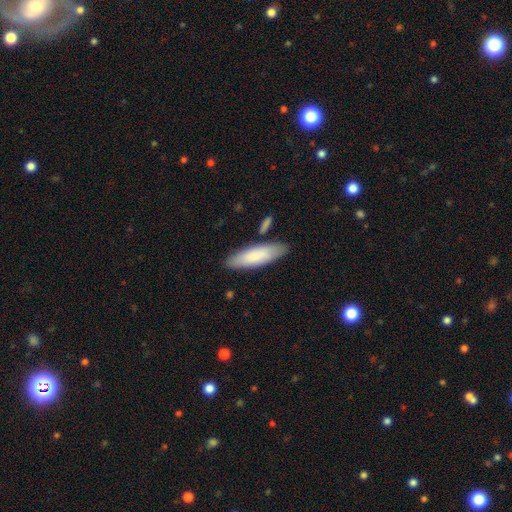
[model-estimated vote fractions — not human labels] Smooth or featured: smooth — 81% (featured or disk — 14%)
How rounded: cigar-shaped — 51% (in between — 47%)
Merging: none — 81% (minor disturbance — 12%)